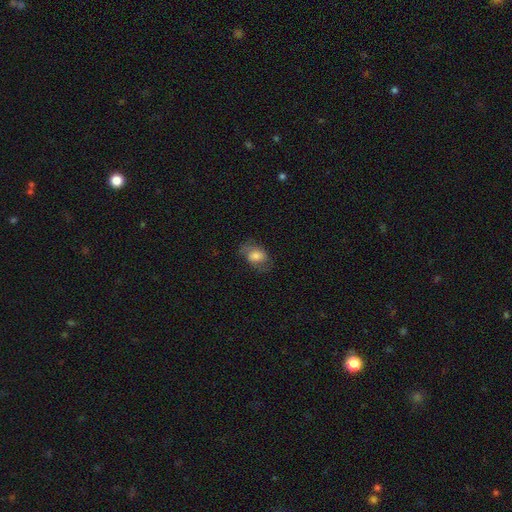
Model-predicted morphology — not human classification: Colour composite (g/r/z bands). It shows a smooth galaxy with no disk features (57%) that is in between round and cigar-shaped (78%). Merging: none (63%).